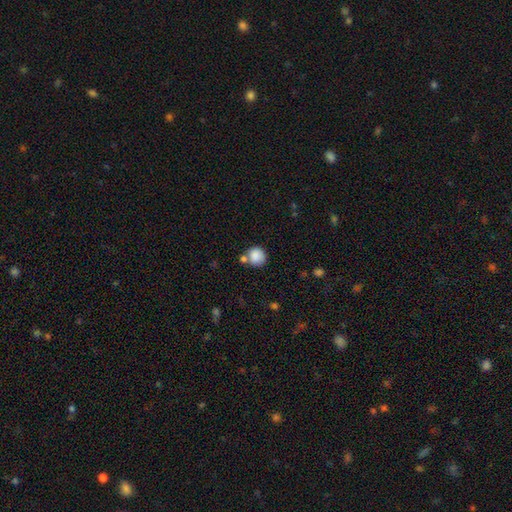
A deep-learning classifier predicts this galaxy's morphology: A smooth galaxy with no disk features (86%) that is round (87%).

Vote fractions:
- Smooth or featured? smooth: 86% / star or artifact: 9% / featured or disk: 5%
- How rounded? round: 87% / in between: 12% / cigar-shaped: 1%
- Merging? none: 62% / merger: 20% / minor disturbance: 13% / major disturbance: 4%